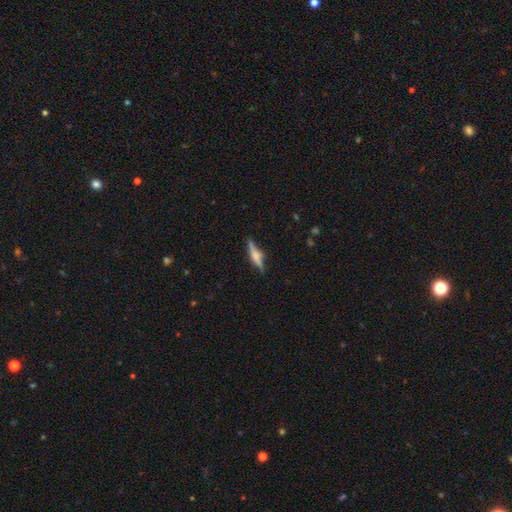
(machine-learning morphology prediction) Q: Smooth or featured?
A: featured or disk (58%); runner-up: smooth (35%)
Q: Edge-on disk?
A: yes (96%); runner-up: no (4%)
Q: Edge-on bulge?
A: rounded (68%); runner-up: boxy (24%)
Q: Merging?
A: none (82%); runner-up: minor disturbance (13%)